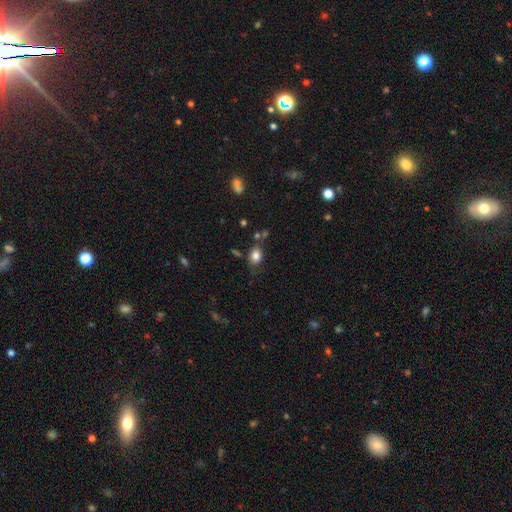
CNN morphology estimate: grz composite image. It shows a smooth galaxy with no disk features (82%) that is in between round and cigar-shaped (66%). Merging: none (67%).